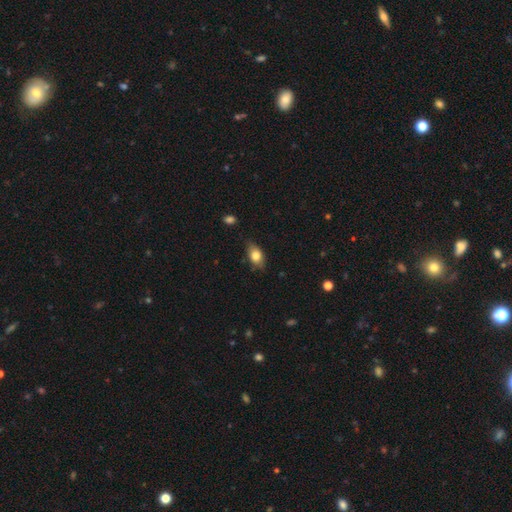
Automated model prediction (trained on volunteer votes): Morphology: type=smooth (76%); roundness=in between (84%); merging=none (70%).